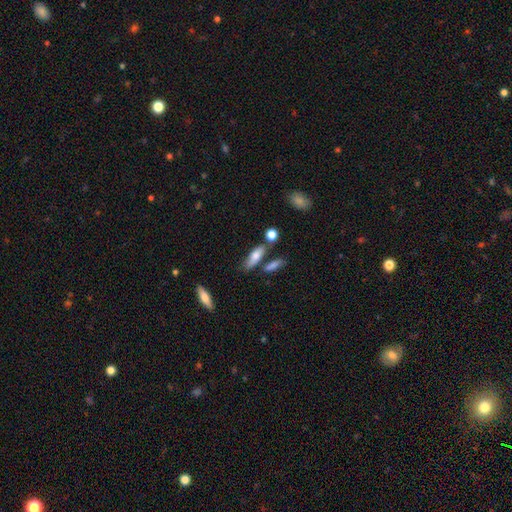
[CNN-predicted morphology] This appears to be a smooth galaxy with no disk features (72%) that is in between round and cigar-shaped (55%). Merging: none (62%).